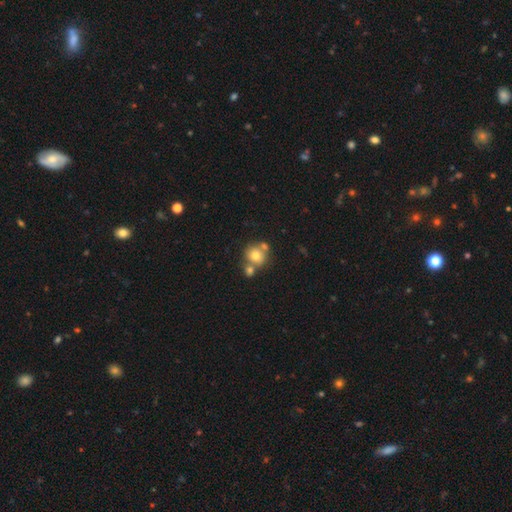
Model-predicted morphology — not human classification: Overall: smooth (73%). How rounded: round (85%). Merging: none (51%; merger 35%).